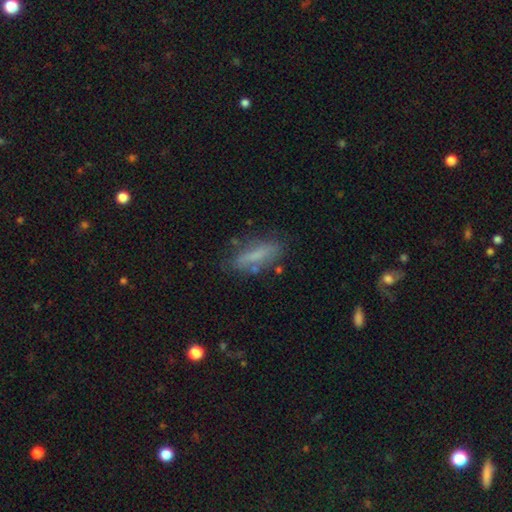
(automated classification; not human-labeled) A smooth galaxy with no disk features (64%) that is cigar-shaped (59%).

Vote fractions:
- Smooth or featured? smooth: 64% / featured or disk: 27% / star or artifact: 9%
- How rounded? cigar-shaped: 59% / in between: 39% / round: 2%
- Merging? none: 71% / minor disturbance: 19% / major disturbance: 6% / merger: 4%